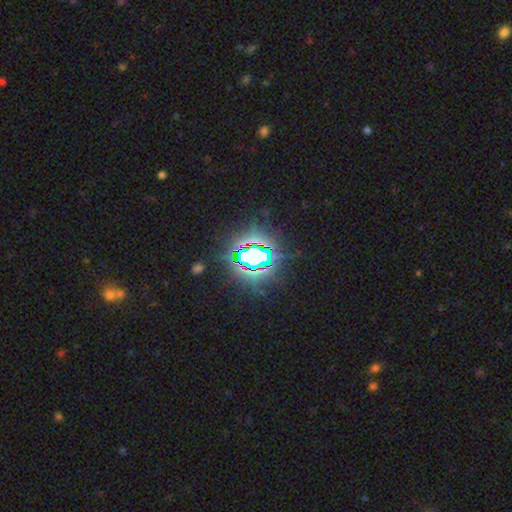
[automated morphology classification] Smooth or featured?
  - star or artifact: 82% *
  - smooth: 11%
  - featured or disk: 7%